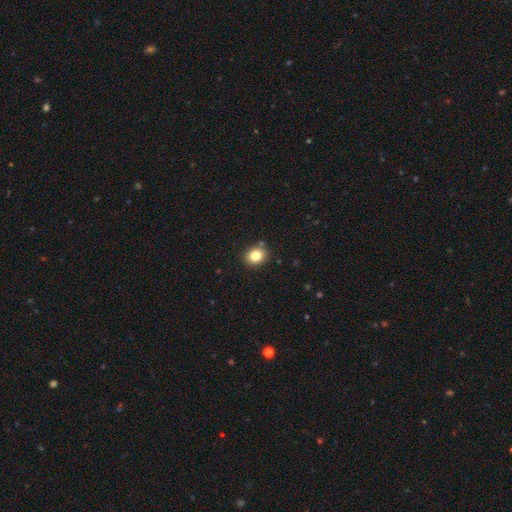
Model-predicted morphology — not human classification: Smooth or featured?
  - smooth: 82% *
  - star or artifact: 11%
  - featured or disk: 7%
How rounded?
  - round: 61% *
  - in between: 38%
  - cigar-shaped: 1%
Merging?
  - none: 86% *
  - minor disturbance: 9%
  - merger: 3%
  - major disturbance: 2%